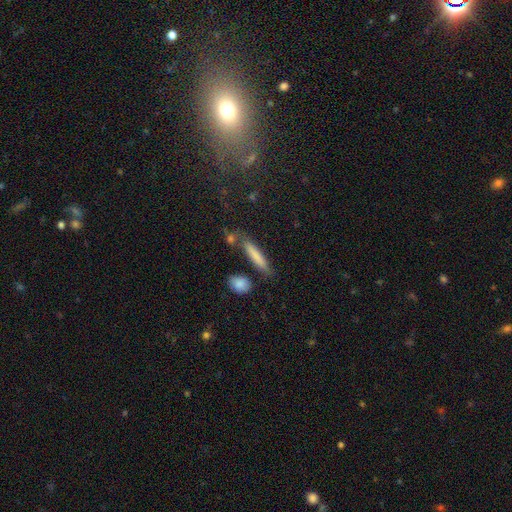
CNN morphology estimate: smooth-or-featured: smooth: 77% | featured or disk: 16% | star or artifact: 7%
  how-rounded: cigar-shaped: 86% | in between: 12% | round: 2%
  merging: none: 75% | minor disturbance: 14% | merger: 7% | major disturbance: 4%